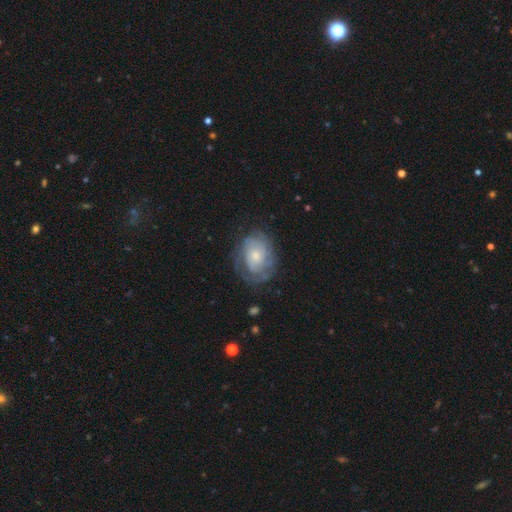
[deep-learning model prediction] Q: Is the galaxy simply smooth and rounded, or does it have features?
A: featured or disk — 70%.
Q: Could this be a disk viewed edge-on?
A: no — 97%.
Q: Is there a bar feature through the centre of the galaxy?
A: no — 80%.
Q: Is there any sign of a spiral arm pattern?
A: yes — 86%.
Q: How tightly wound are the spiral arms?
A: tight — 66%.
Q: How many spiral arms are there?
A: can't tell — 50%.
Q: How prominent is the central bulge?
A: small — 56%.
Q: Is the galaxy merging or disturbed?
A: none — 67%.